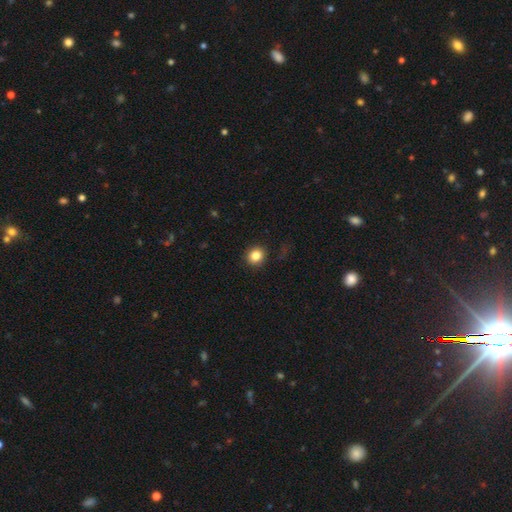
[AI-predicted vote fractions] A smooth galaxy with no disk features (83%) that is round (86%).

Vote fractions:
- Smooth or featured? smooth: 83% / star or artifact: 11% / featured or disk: 5%
- How rounded? round: 86% / in between: 13% / cigar-shaped: 1%
- Merging? none: 88% / minor disturbance: 8% / major disturbance: 3% / merger: 1%